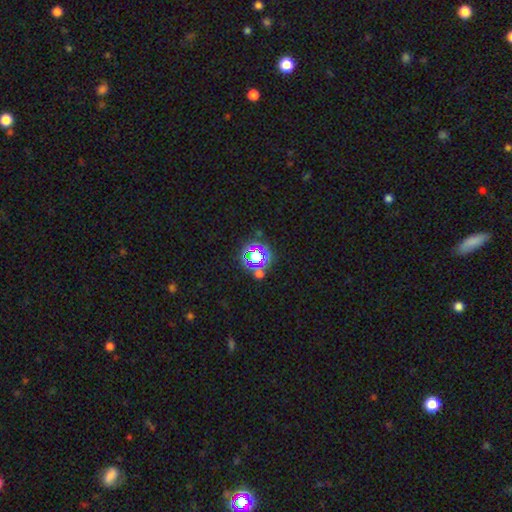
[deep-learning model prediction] The model was most divided on "smooth or featured": star or artifact: 65%, smooth: 24%, featured or disk: 11%.